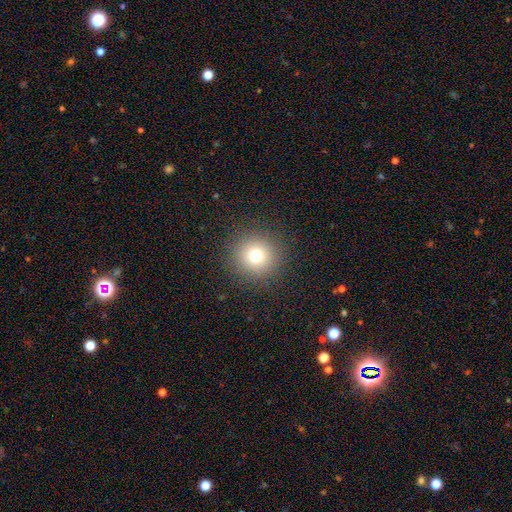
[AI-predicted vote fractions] Smooth or featured?
  - smooth: 76% *
  - star or artifact: 15%
  - featured or disk: 9%
How rounded?
  - round: 93% *
  - in between: 6%
  - cigar-shaped: 1%
Merging?
  - none: 90% *
  - minor disturbance: 6%
  - major disturbance: 3%
  - merger: 1%